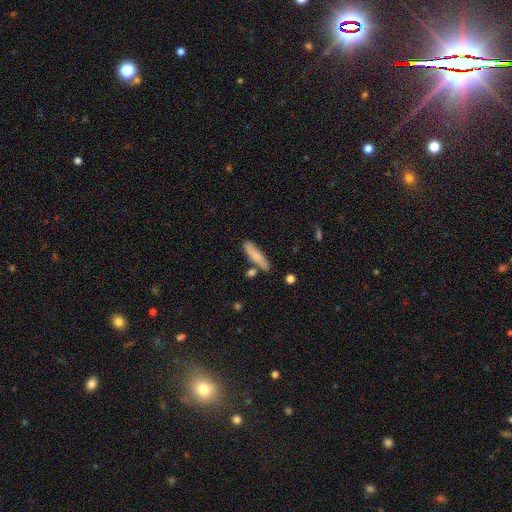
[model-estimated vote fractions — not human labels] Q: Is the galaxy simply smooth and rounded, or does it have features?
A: smooth — 77%.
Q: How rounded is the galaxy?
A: cigar-shaped — 75%.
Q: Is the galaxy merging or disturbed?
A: none — 74%.